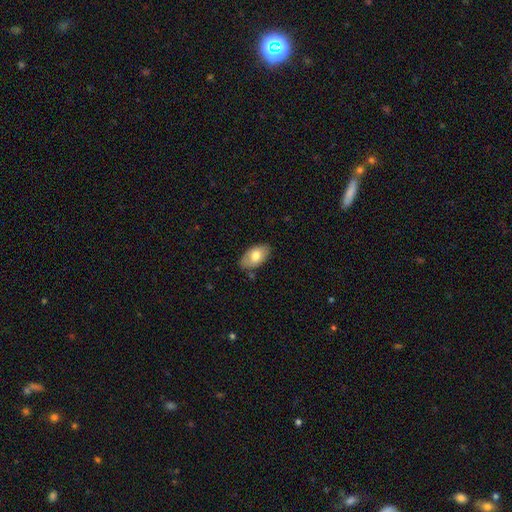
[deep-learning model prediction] A smooth galaxy with no disk features (73%) that is in between round and cigar-shaped (94%). Merging: none (81%).